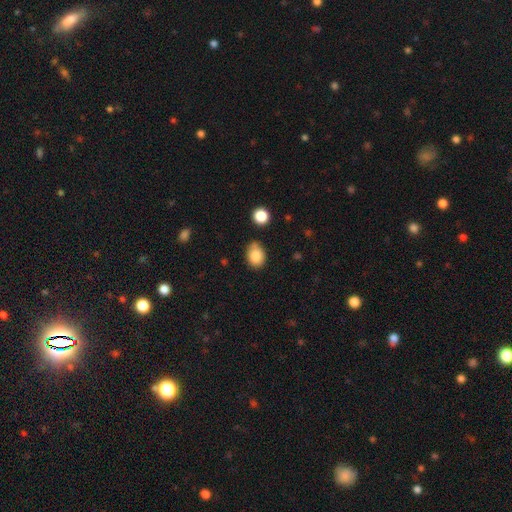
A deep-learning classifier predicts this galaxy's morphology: Smooth or featured?
  - smooth: 85% *
  - star or artifact: 9%
  - featured or disk: 6%
How rounded?
  - in between: 66% *
  - round: 33%
  - cigar-shaped: 1%
Merging?
  - none: 66% *
  - minor disturbance: 24%
  - merger: 5%
  - major disturbance: 5%